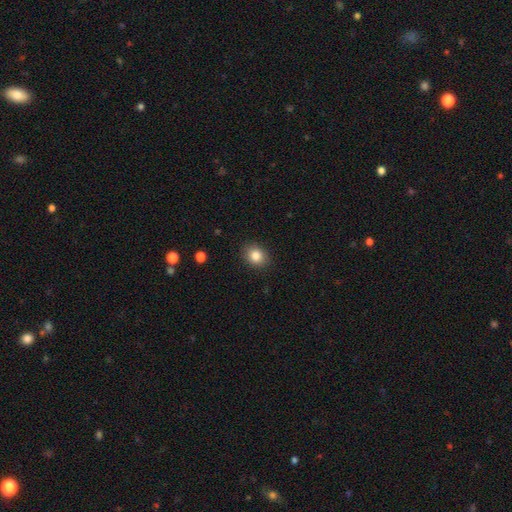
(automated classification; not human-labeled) Smooth or featured? Predicted: smooth (p=0.83). How rounded? Predicted: round (p=0.57). Merging? Predicted: none (p=0.89).